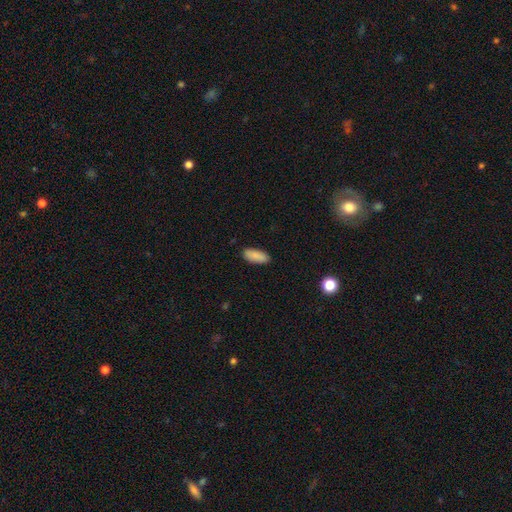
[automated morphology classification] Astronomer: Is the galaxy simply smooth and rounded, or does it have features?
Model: smooth — 88%.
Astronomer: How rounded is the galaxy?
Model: in between — 82%.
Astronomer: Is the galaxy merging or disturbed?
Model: none — 88%.